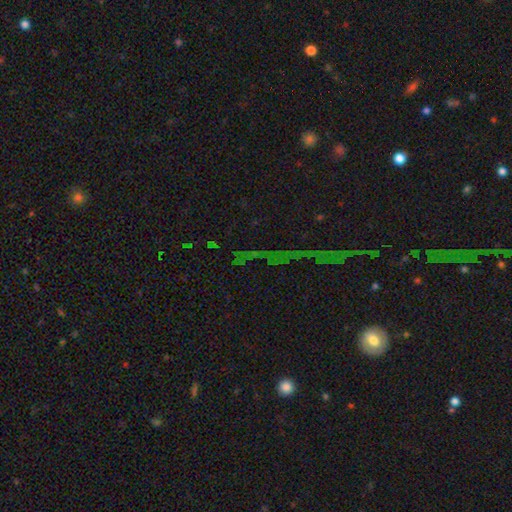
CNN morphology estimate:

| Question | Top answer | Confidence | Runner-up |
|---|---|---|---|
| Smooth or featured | star or artifact | 75% | smooth (13%) |